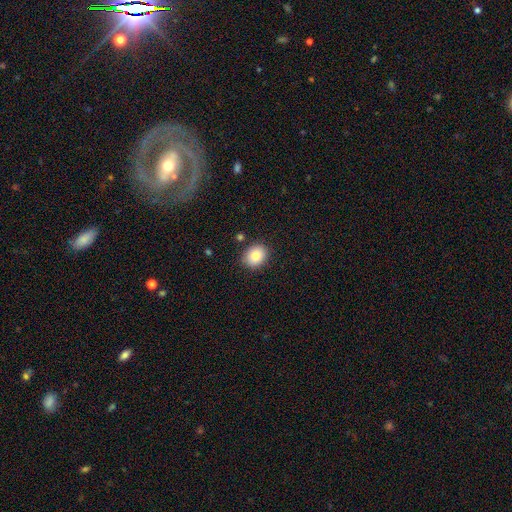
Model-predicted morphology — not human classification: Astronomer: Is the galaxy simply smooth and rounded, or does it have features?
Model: smooth — 82%.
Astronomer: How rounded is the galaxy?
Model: round — 54% (runner-up: in between, 45%).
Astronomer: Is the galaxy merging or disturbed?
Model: none — 87%.